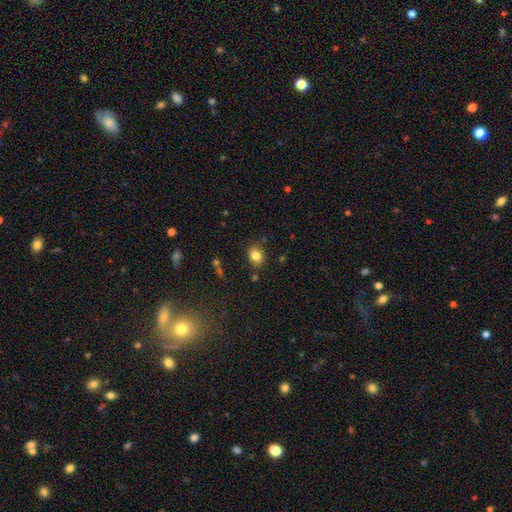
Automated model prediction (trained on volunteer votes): The model was most divided on "how rounded": round: 55%, in between: 44%, cigar-shaped: 1%. More confident: smooth or featured — smooth (83%); merging — none (80%).